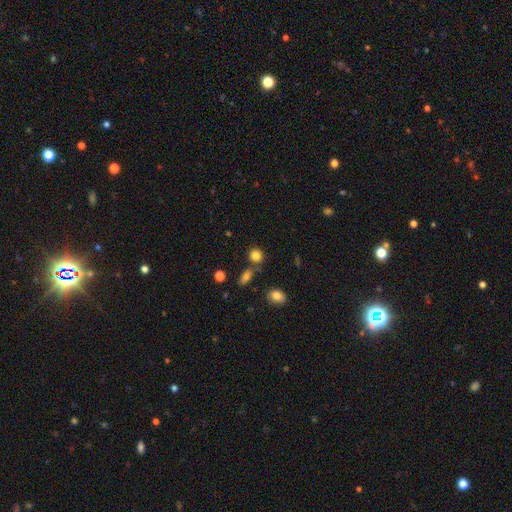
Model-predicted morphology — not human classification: A smooth galaxy with no disk features (83%) that is round (80%). Merging: none (73%).